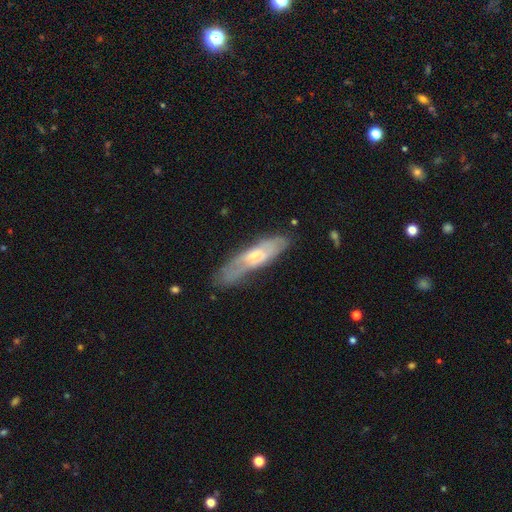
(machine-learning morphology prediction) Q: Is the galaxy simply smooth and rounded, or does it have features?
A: featured or disk — 51%.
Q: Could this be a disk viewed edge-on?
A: no — 55%.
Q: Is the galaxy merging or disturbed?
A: none — 60%.